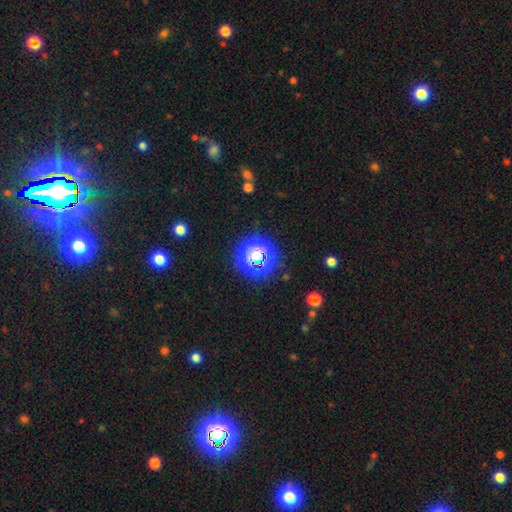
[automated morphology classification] Smooth or featured? Predicted: star or artifact (p=0.66).